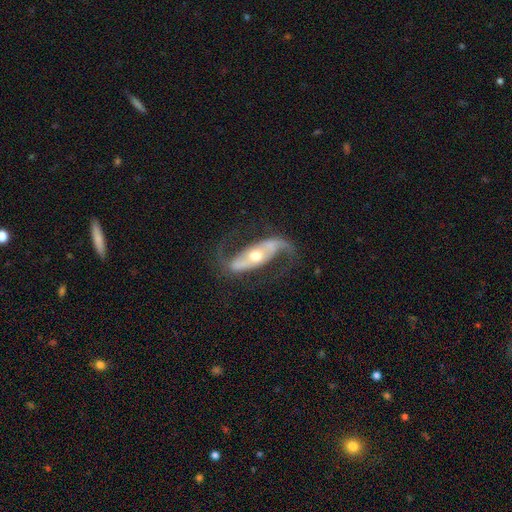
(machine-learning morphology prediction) featured or disk 89%, smooth 6%, star or artifact 4%. Down the decision tree: edge-on disk — no (92%); bar — strong (42%); spiral arms — yes (96%); spiral arm count — 2 (93%); spiral winding — loose (55%); bulge size — moderate (69%); merging — none (76%).